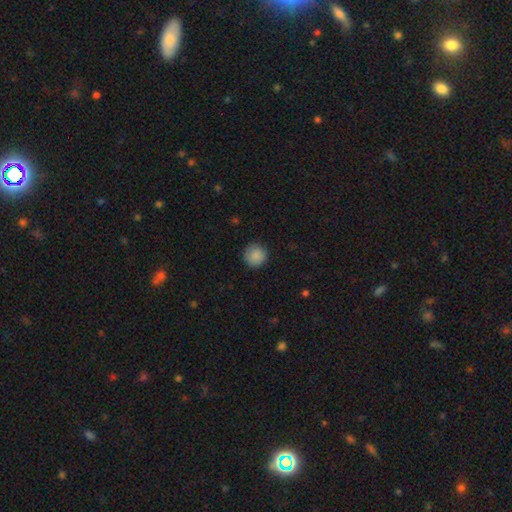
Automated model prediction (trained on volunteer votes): Smooth or featured?
  - smooth: 88% *
  - star or artifact: 8%
  - featured or disk: 4%
How rounded?
  - round: 95% *
  - in between: 4%
  - cigar-shaped: 1%
Merging?
  - none: 89% *
  - minor disturbance: 8%
  - major disturbance: 2%
  - merger: 1%